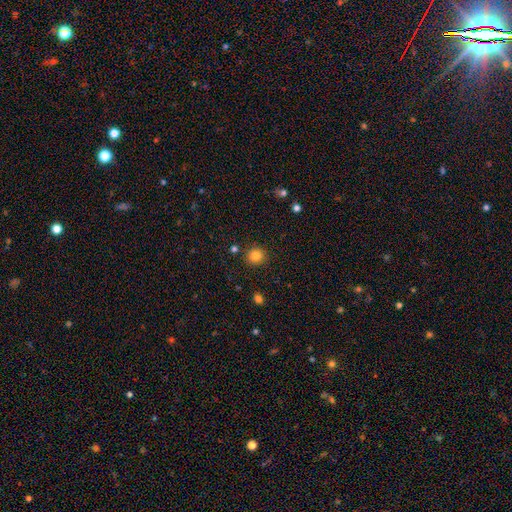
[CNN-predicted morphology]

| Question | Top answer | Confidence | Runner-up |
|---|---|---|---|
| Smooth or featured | smooth | 84% | star or artifact (11%) |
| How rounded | round | 90% | in between (9%) |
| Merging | none | 88% | minor disturbance (7%) |